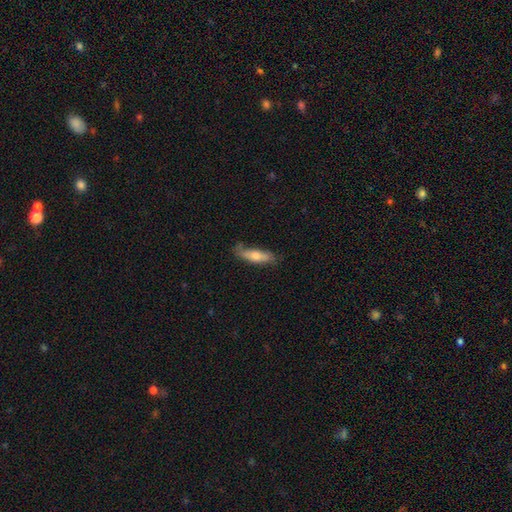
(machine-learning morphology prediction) Smooth or featured: smooth — 61% (featured or disk — 33%)
How rounded: cigar-shaped — 65% (in between — 33%)
Merging: none — 68% (minor disturbance — 24%)